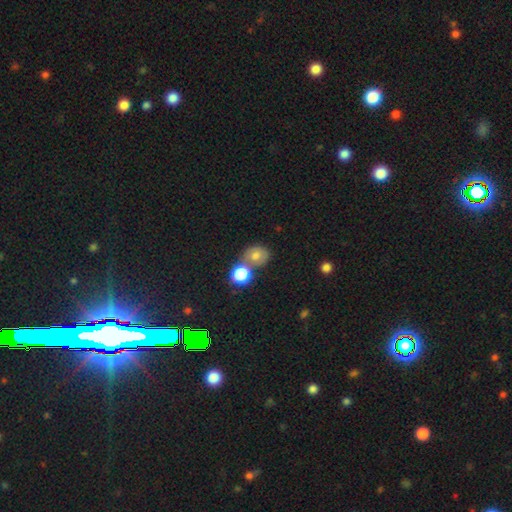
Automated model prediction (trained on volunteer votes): A smooth galaxy with no disk features (72%) that is round (69%).

Vote fractions:
- Smooth or featured? smooth: 72% / featured or disk: 15% / star or artifact: 13%
- How rounded? round: 69% / in between: 30% / cigar-shaped: 1%
- Merging? merger: 42% / none: 41% / minor disturbance: 11% / major disturbance: 5%